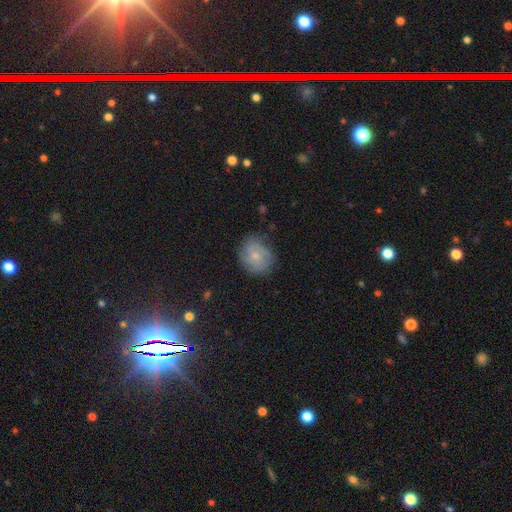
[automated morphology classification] Overall: featured or disk (45%, tied with smooth). Merging: none (72%).